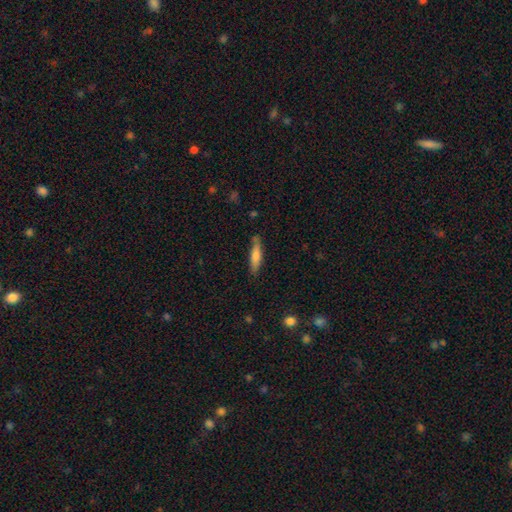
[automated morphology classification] A smooth galaxy with no disk features (70%) that is cigar-shaped (77%).

Vote fractions:
- Smooth or featured? smooth: 70% / featured or disk: 23% / star or artifact: 6%
- How rounded? cigar-shaped: 77% / in between: 21% / round: 2%
- Merging? none: 79% / minor disturbance: 15% / major disturbance: 3% / merger: 2%